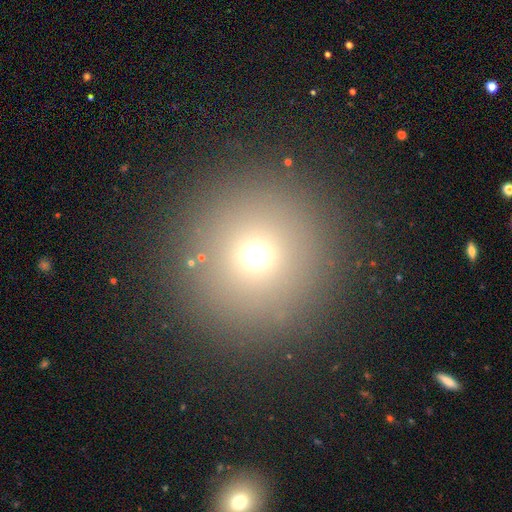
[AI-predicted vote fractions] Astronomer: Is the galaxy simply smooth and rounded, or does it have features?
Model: smooth — 67%.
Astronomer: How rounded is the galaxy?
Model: round — 96%.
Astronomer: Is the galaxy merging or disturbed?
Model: none — 89%.